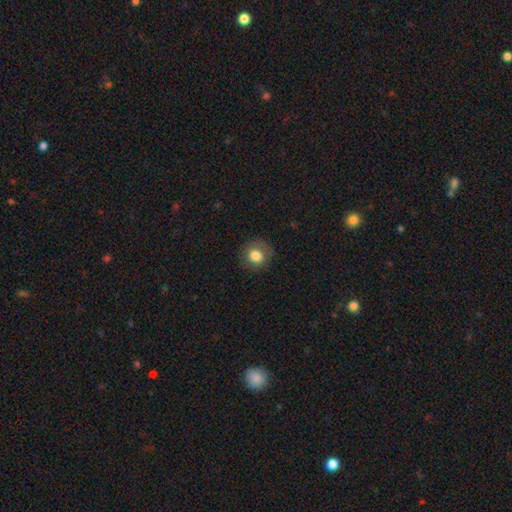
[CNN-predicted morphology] Smooth or featured? Predicted: smooth (p=0.80). How rounded? Predicted: round (p=0.83). Merging? Predicted: none (p=0.80).